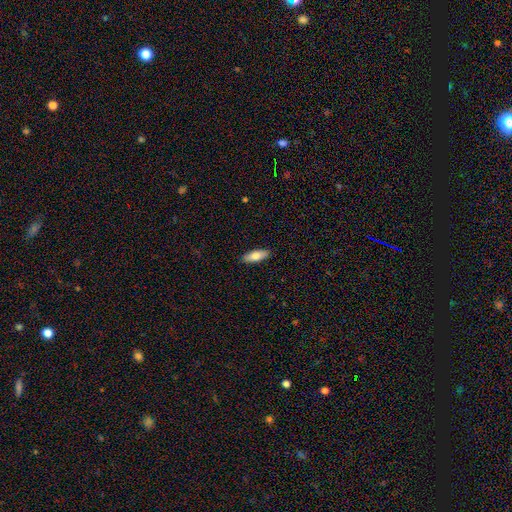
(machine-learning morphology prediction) smooth 74%, featured or disk 20%, star or artifact 6%. Down the decision tree: how rounded — in between (69%); merging — none (90%).